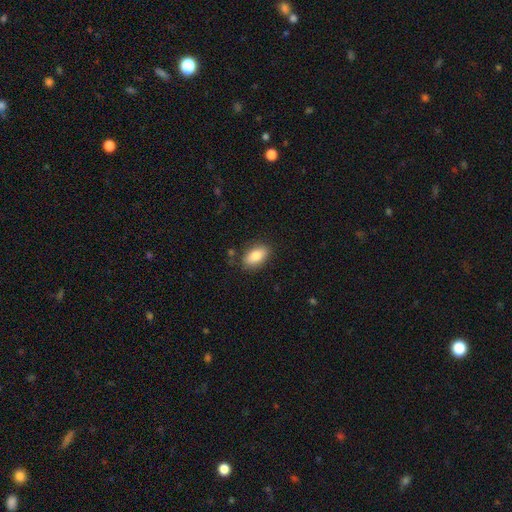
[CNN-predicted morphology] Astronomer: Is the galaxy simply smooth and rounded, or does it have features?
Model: smooth — 82%.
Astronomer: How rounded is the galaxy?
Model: in between — 91%.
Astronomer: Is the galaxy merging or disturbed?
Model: none — 81%.